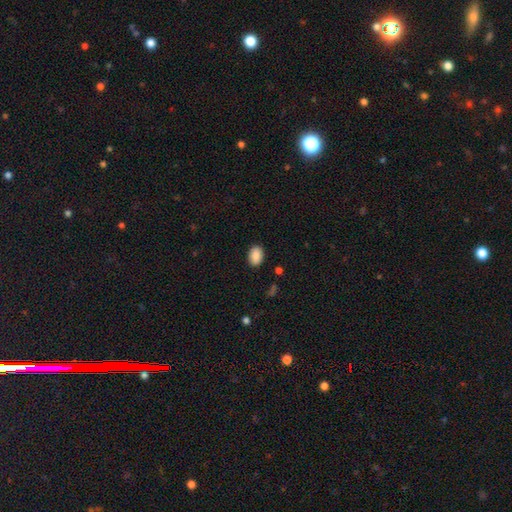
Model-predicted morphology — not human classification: A smooth galaxy with no disk features (89%) that is in between round and cigar-shaped (81%).

Vote fractions:
- Smooth or featured? smooth: 89% / star or artifact: 7% / featured or disk: 4%
- How rounded? in between: 81% / round: 18% / cigar-shaped: 1%
- Merging? none: 88% / minor disturbance: 8% / major disturbance: 2% / merger: 1%